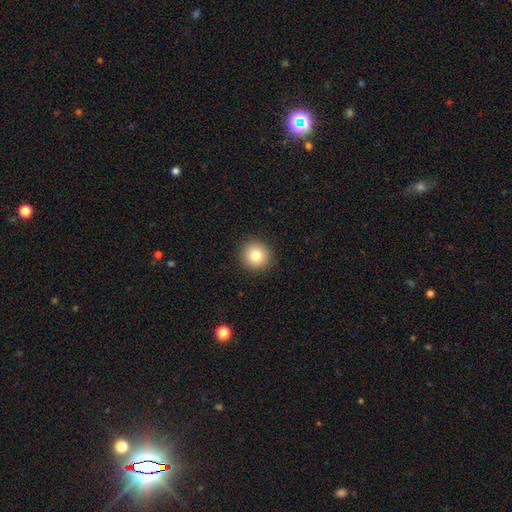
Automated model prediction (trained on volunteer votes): A smooth galaxy with no disk features (81%) that is round (94%). Merging: none (92%).